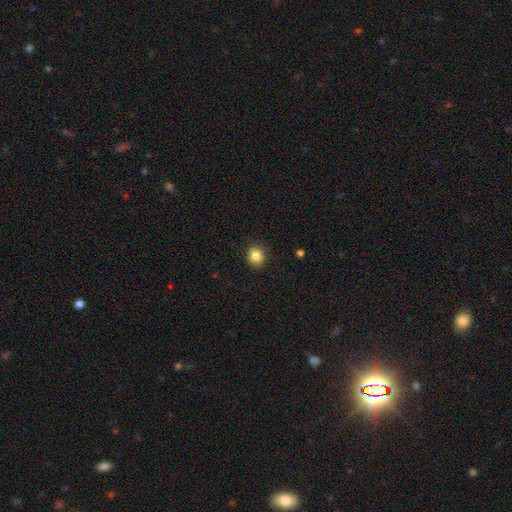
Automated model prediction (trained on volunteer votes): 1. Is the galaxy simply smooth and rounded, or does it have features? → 84% smooth, 10% star or artifact, 5% featured or disk.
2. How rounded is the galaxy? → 74% round, 25% in between, 1% cigar-shaped.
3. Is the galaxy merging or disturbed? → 90% none, 7% minor disturbance, 2% major disturbance, 1% merger.